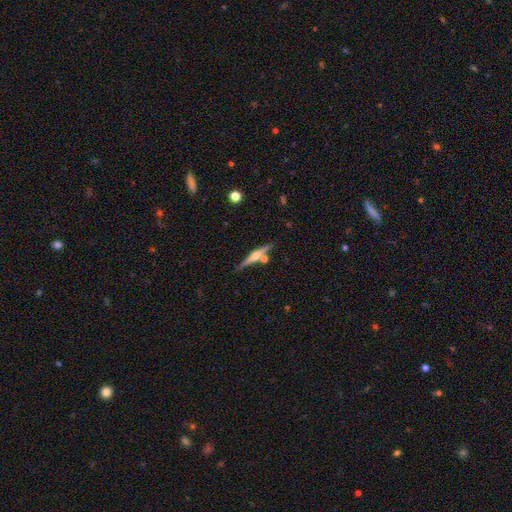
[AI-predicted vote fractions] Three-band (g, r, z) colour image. It shows a featured or disk galaxy (69%) viewed edge-on (97%) with a rounded central bulge (90%). Merging: none (76%).